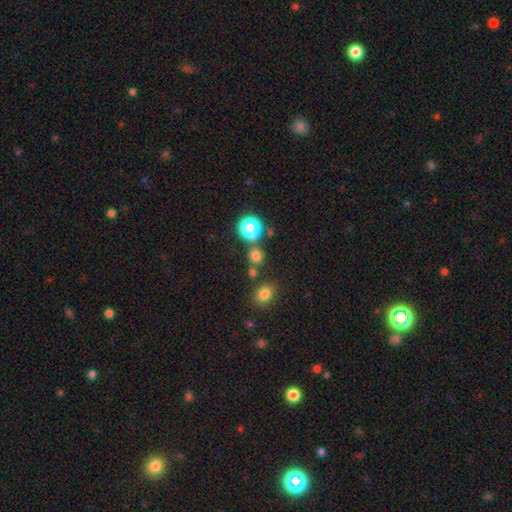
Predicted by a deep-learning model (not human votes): A smooth galaxy with no disk features (71%) that is round (86%). Merging: none (73%).